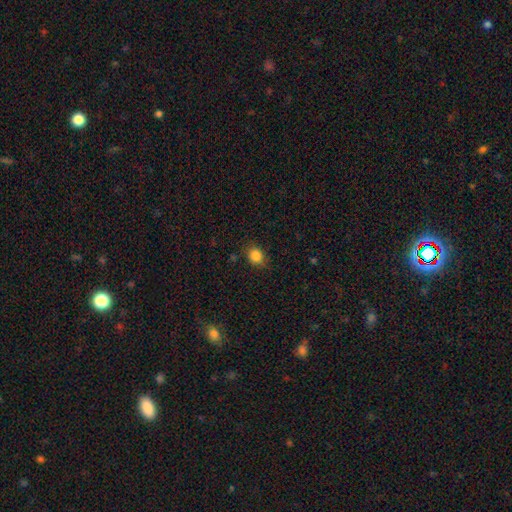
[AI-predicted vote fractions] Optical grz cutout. It shows a smooth galaxy with no disk features (85%) that is round (62%). Merging: none (82%).